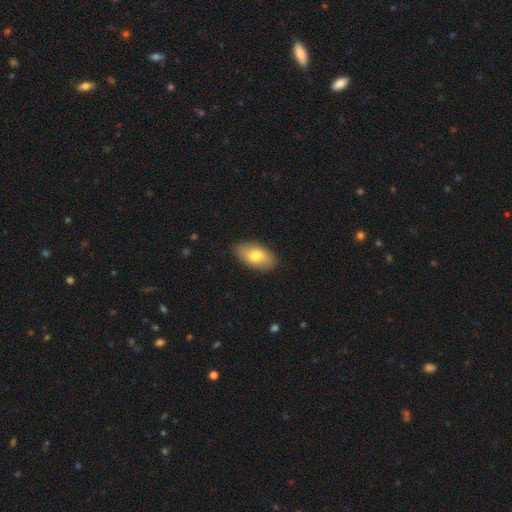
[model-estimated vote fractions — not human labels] Smooth or featured? Predicted: smooth (p=0.74). How rounded? Predicted: in between (p=0.93). Merging? Predicted: none (p=0.87).